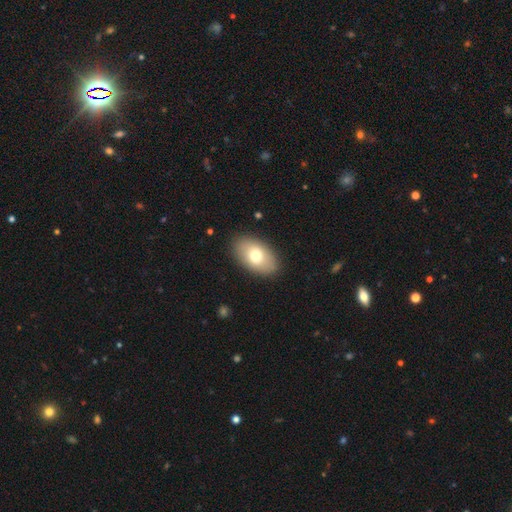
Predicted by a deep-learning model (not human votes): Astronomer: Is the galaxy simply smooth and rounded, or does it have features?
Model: smooth — 73%.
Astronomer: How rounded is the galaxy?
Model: in between — 92%.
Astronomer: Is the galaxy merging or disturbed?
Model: none — 88%.